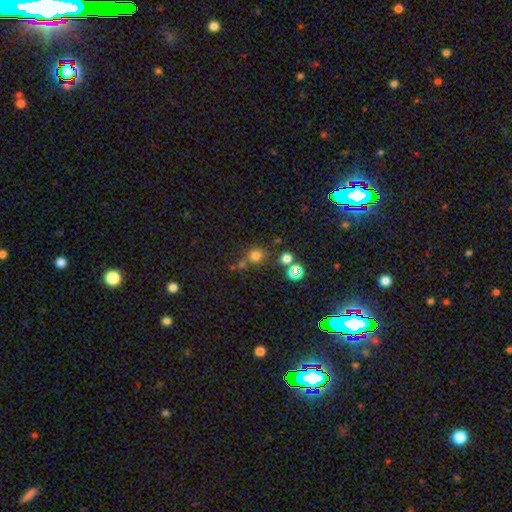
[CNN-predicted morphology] smooth 70%, star or artifact 22%, featured or disk 8%. Down the decision tree: how rounded — round (89%); merging — none (68%).